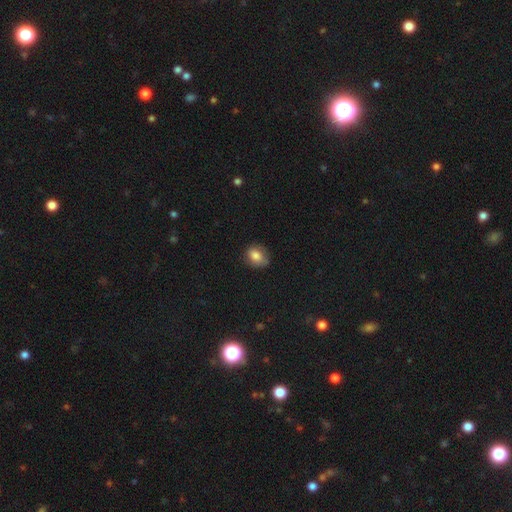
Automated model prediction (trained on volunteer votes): smooth 79%, featured or disk 12%, star or artifact 9%. Down the decision tree: how rounded — round (51%); merging — none (71%).